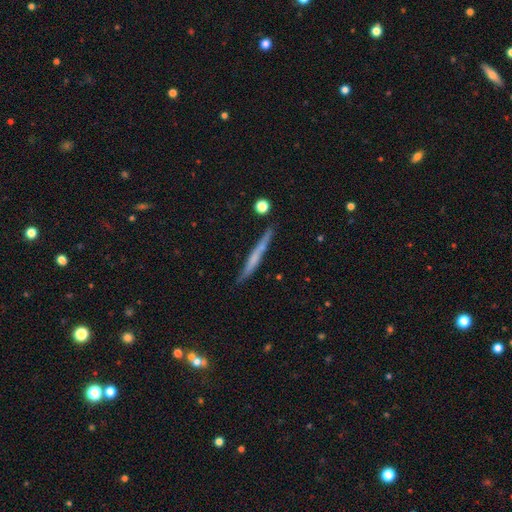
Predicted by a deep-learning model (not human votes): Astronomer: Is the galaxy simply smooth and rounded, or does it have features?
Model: featured or disk — 53% (runner-up: smooth, 40%).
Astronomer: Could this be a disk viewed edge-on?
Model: yes — 95%.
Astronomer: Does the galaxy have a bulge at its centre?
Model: none — 73%.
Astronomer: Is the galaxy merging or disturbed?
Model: none — 83%.